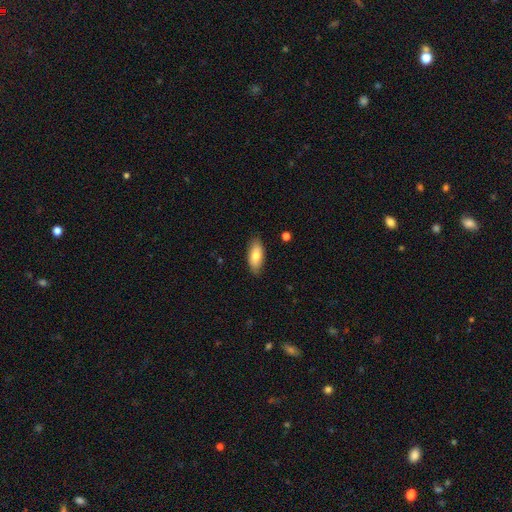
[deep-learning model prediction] This is likely a smooth galaxy (76%). How rounded: clearly in between (85%). Merging: clearly none (85%).